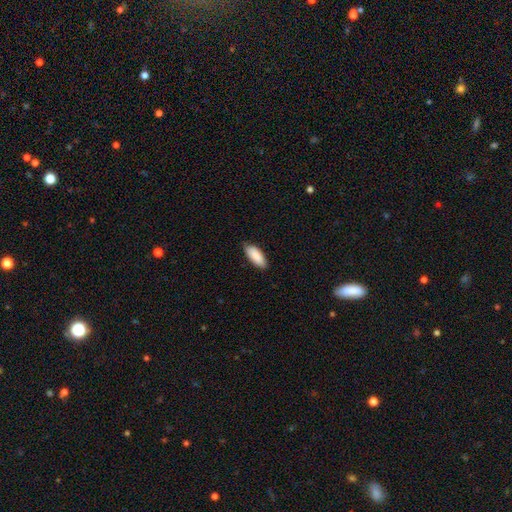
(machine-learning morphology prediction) Smooth or featured? Predicted: smooth (p=0.89). How rounded? Predicted: in between (p=0.80). Merging? Predicted: none (p=0.81).